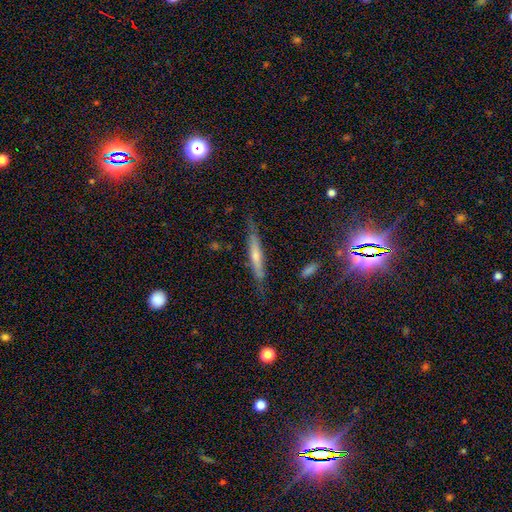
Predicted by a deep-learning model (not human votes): featured or disk 53%, smooth 36%, star or artifact 11%. Down the decision tree: edge-on disk — yes (91%); merging — none (80%).